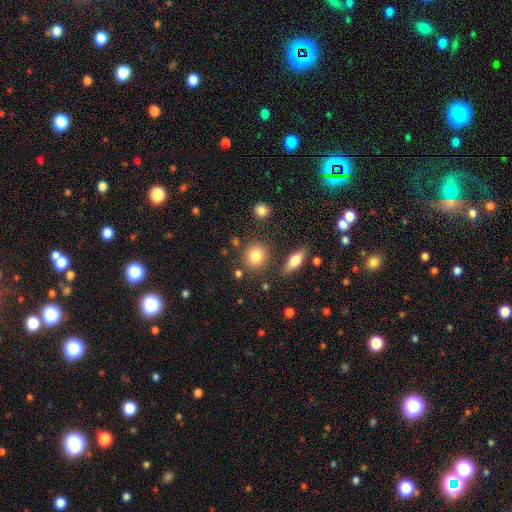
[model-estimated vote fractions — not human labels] This appears to be a smooth galaxy with no disk features (82%) that is round (84%). Merging: none (81%).